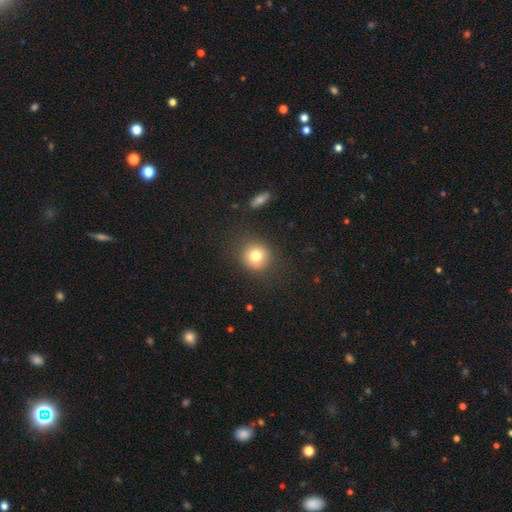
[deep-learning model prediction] smooth-or-featured: smooth: 77% | featured or disk: 12% | star or artifact: 11%
  how-rounded: round: 90% | in between: 9% | cigar-shaped: 1%
  merging: none: 84% | minor disturbance: 10% | major disturbance: 4% | merger: 2%